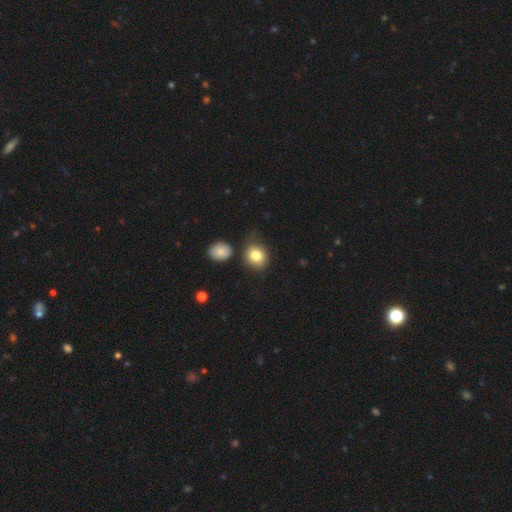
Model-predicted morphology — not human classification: smooth-or-featured: smooth: 82% | star or artifact: 9% | featured or disk: 9%
  how-rounded: round: 64% | in between: 35% | cigar-shaped: 1%
  merging: none: 66% | minor disturbance: 19% | merger: 9% | major disturbance: 6%